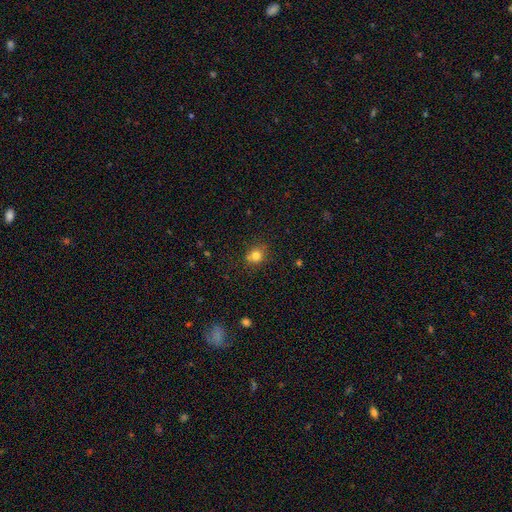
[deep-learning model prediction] A smooth galaxy with no disk features (79%) that is round (76%). Merging: none (76%).